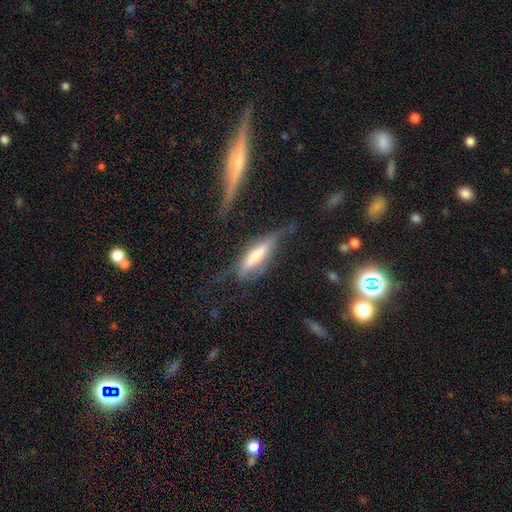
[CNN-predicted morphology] A featured or disk galaxy (60%) viewed edge-on (73%). Merging: none (41%).